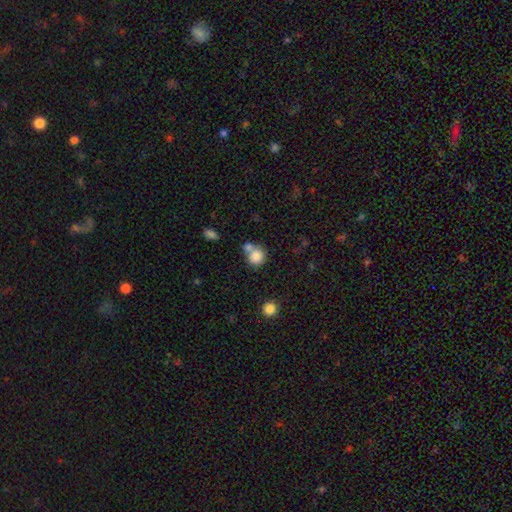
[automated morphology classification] Smooth or featured?
  - smooth: 82% *
  - star or artifact: 10%
  - featured or disk: 8%
How rounded?
  - round: 84% *
  - in between: 15%
  - cigar-shaped: 1%
Merging?
  - none: 47% *
  - merger: 39%
  - minor disturbance: 9%
  - major disturbance: 4%